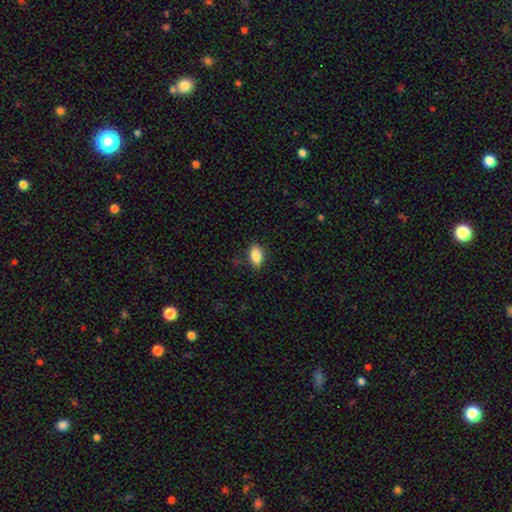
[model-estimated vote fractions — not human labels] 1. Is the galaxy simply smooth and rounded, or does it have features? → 86% smooth, 8% star or artifact, 6% featured or disk.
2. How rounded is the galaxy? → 89% in between, 6% cigar-shaped, 5% round.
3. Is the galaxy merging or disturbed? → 84% none, 12% minor disturbance, 3% major disturbance, 1% merger.